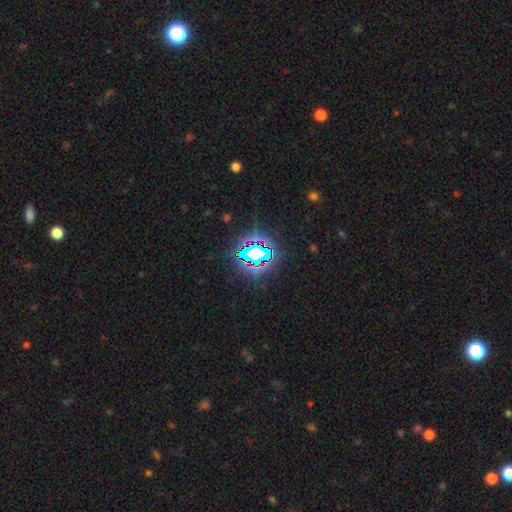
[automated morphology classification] Overall: star or artifact (73%).